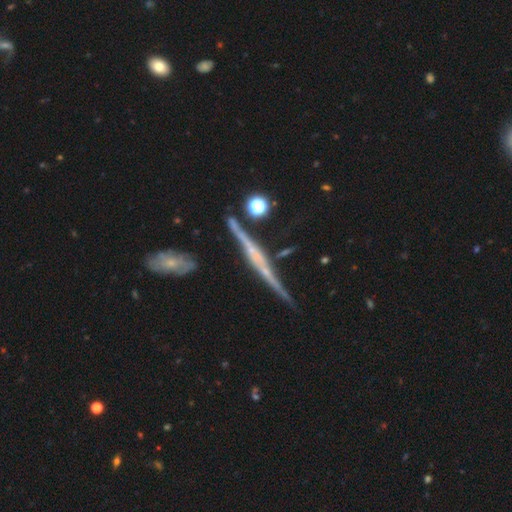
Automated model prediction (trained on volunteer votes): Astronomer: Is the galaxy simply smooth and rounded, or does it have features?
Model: featured or disk — 78%.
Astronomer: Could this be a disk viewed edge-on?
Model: yes — 97%.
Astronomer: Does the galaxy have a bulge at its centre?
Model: none — 50% (runner-up: rounded, 33%).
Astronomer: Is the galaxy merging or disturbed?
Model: none — 81%.